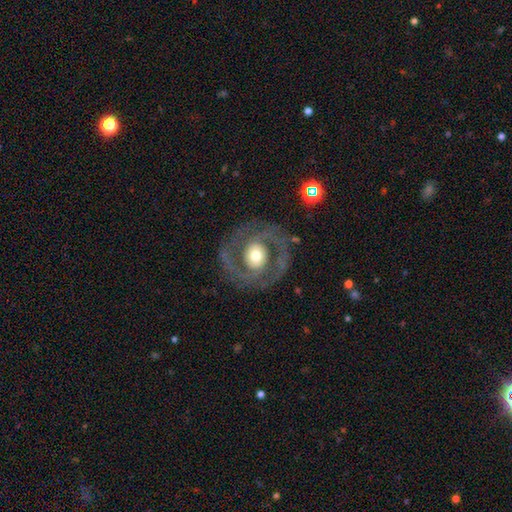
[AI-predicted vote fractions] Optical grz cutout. It shows a featured or disk galaxy (83%) with no bar (64%), 2 (86%) medium (48%) spiral arms (87%) and a moderate central bulge (61%). Merging: none (81%).